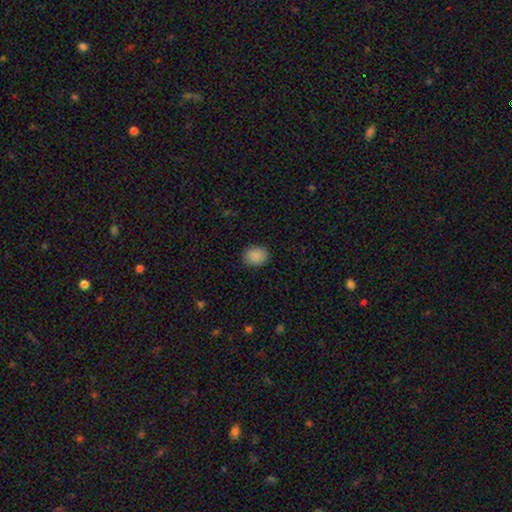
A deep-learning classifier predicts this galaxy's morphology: Overall: smooth (89%). How rounded: in between (53%; round 47%). Merging: none (88%).